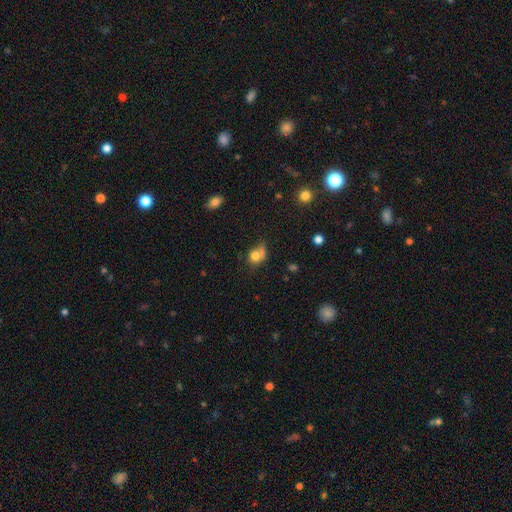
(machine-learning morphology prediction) The model was most divided on "merging": none: 36%, minor disturbance: 24%, merger: 24%, major disturbance: 15%. More confident: smooth or featured — smooth (75%); how rounded — round (59%).